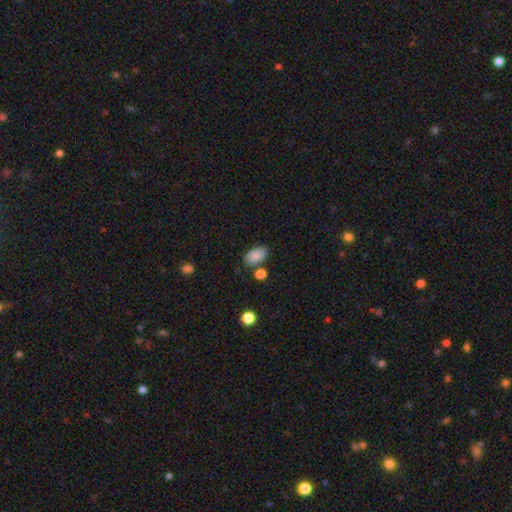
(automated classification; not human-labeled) Q: Smooth or featured?
A: smooth (86%); runner-up: star or artifact (8%)
Q: How rounded?
A: in between (91%); runner-up: round (7%)
Q: Merging?
A: none (73%); runner-up: minor disturbance (14%)